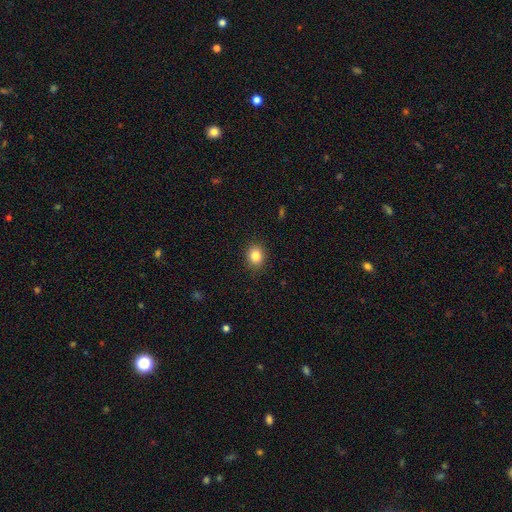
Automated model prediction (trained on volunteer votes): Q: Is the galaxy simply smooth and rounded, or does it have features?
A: smooth — 83%.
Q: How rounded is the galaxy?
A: round — 72%.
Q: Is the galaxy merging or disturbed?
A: none — 89%.